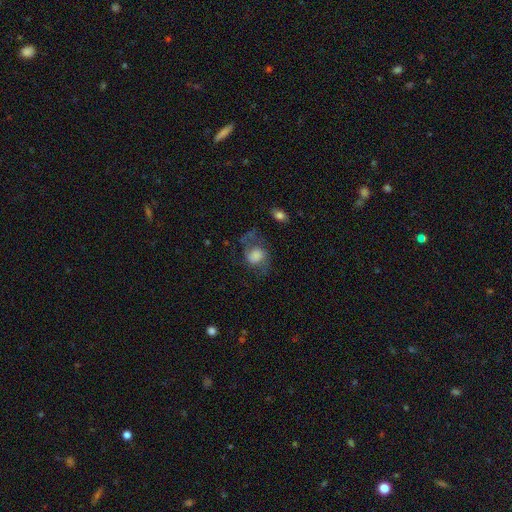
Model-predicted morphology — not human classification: A smooth galaxy with no disk features (54%) that is round (60%). Merging: none (41%).